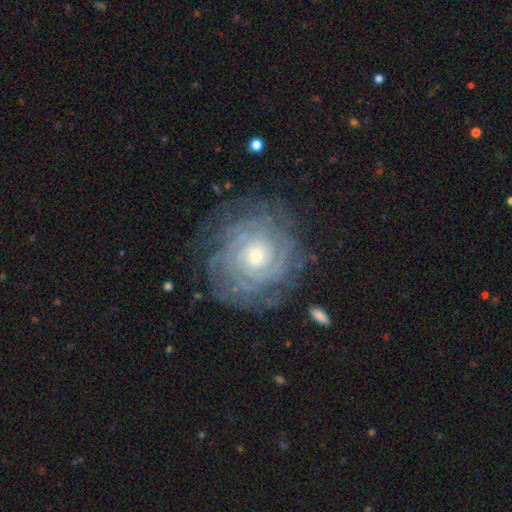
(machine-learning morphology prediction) featured or disk 87%, smooth 7%, star or artifact 6%. Down the decision tree: edge-on disk — no (97%); bar — no (77%); spiral arms — yes (97%); spiral arm count — can't tell (33%); spiral winding — tight (85%); bulge size — small (55%); merging — none (79%).